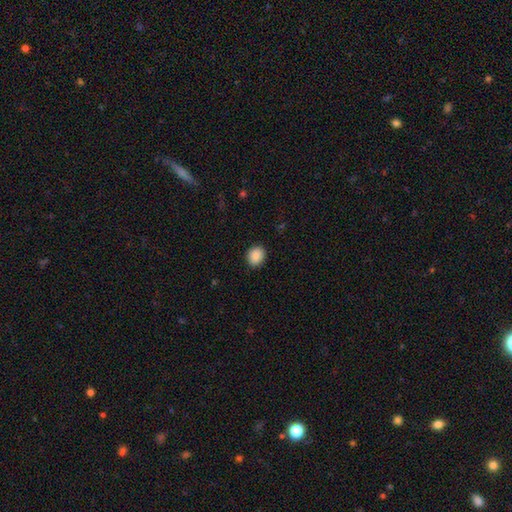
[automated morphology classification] Overall: smooth (89%). How rounded: round (63%; in between 36%). Merging: none (90%).